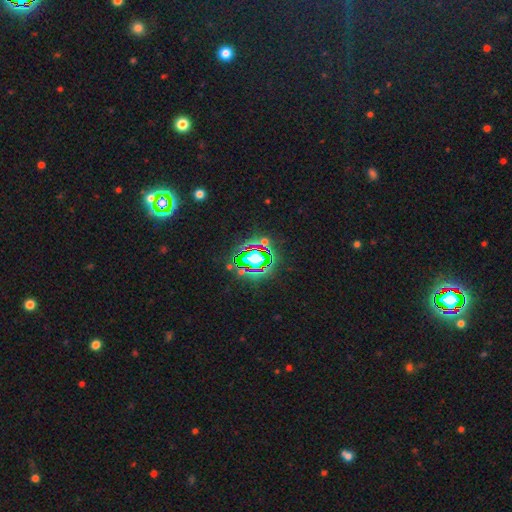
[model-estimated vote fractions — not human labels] Smooth or featured? star or artifact (68%)